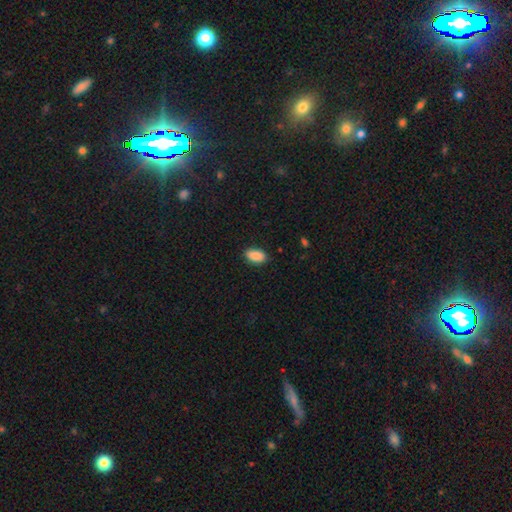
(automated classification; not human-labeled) This is clearly a smooth galaxy (89%). How rounded: clearly in between (93%). Merging: clearly none (87%).